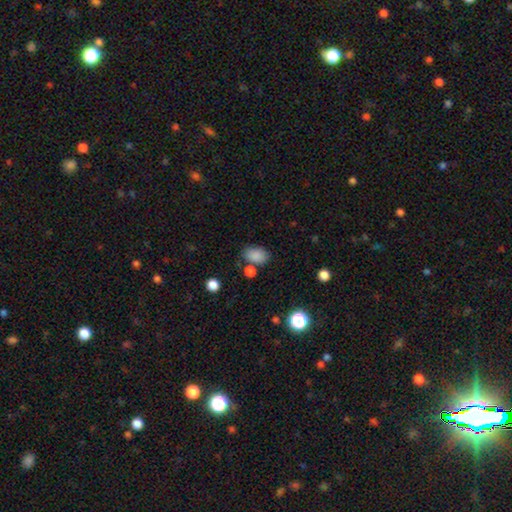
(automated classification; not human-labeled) Smooth or featured? Predicted: smooth (p=0.85). How rounded? Predicted: in between (p=0.83). Merging? Predicted: none (p=0.70).